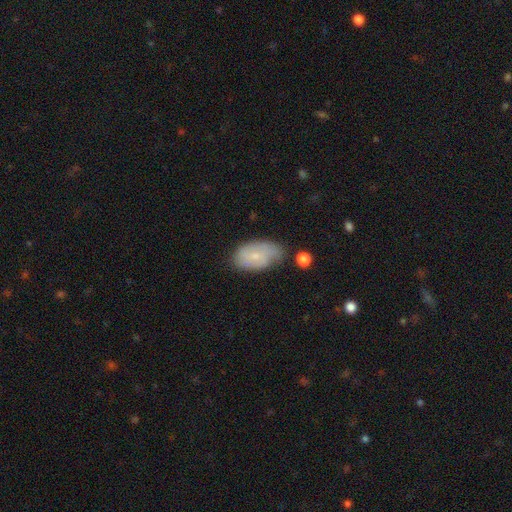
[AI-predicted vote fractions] This is possibly a smooth galaxy (52%). How rounded: clearly in between (92%). Merging: possibly none (57%).